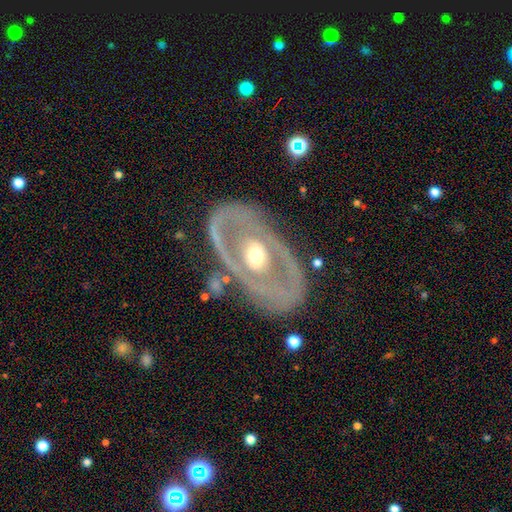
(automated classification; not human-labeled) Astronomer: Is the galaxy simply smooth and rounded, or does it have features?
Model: featured or disk — 80%.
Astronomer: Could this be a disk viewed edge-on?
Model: no — 92%.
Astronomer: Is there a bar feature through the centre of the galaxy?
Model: no — 68%.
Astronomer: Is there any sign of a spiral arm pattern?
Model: no — 57% (runner-up: yes, 43%).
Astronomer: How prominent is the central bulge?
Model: moderate — 72%.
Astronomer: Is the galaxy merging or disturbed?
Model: none — 75%.